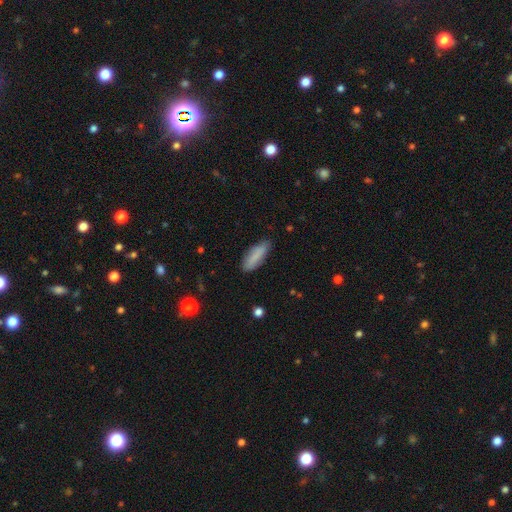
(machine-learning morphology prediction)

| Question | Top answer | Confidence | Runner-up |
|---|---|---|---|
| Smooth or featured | smooth | 81% | featured or disk (13%) |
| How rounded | in between | 53% | cigar-shaped (45%) |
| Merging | none | 78% | minor disturbance (17%) |